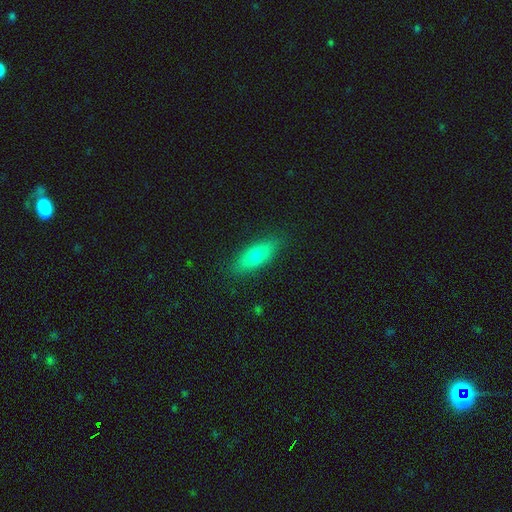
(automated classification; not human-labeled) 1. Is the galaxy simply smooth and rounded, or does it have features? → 68% smooth, 24% featured or disk, 8% star or artifact.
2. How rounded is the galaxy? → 57% in between, 40% cigar-shaped, 3% round.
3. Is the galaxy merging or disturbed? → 87% none, 10% minor disturbance, 2% major disturbance, 1% merger.